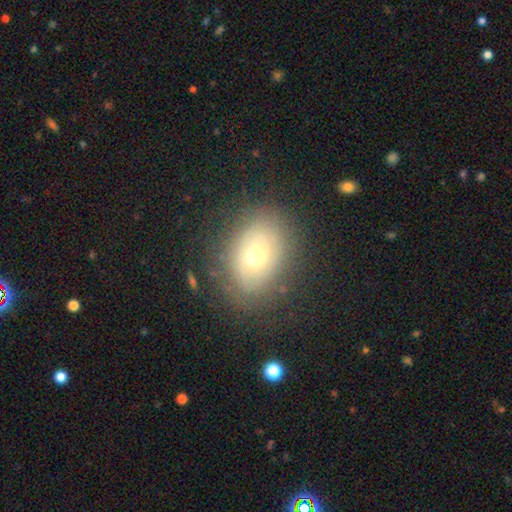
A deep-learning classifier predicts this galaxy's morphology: type=smooth (56%); roundness=in between (73%); merging=none (77%).